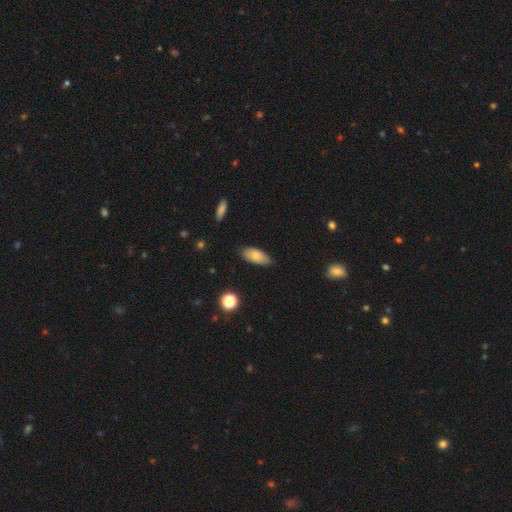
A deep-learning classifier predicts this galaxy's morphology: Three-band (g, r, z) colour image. It shows a smooth galaxy with no disk features (78%) that is in between round and cigar-shaped (88%). Merging: none (81%).